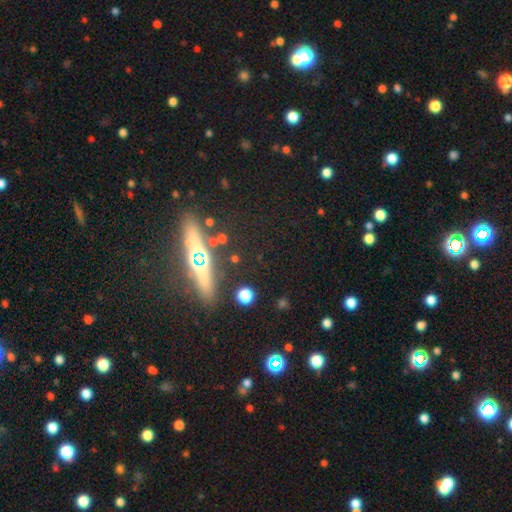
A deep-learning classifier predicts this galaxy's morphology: type=featured or disk (62%); edge-on=yes (92%); edge-on bulge=rounded (79%); merging=none (82%).